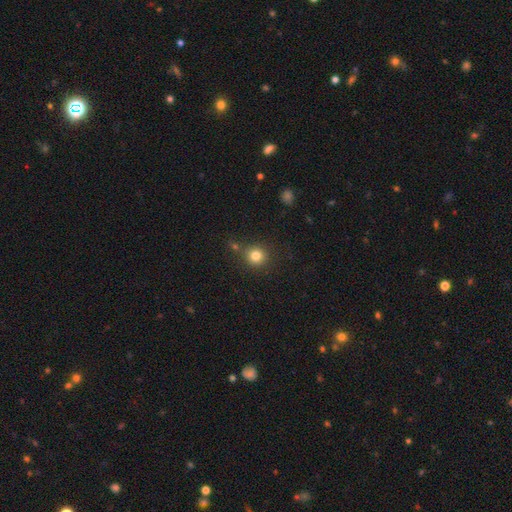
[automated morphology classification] smooth_or_featured: smooth (p=0.81) [alt: star or artifact p=0.13]
how_rounded: round (p=0.92) [alt: in between p=0.08]
merging: none (p=0.77) [alt: minor disturbance p=0.10]